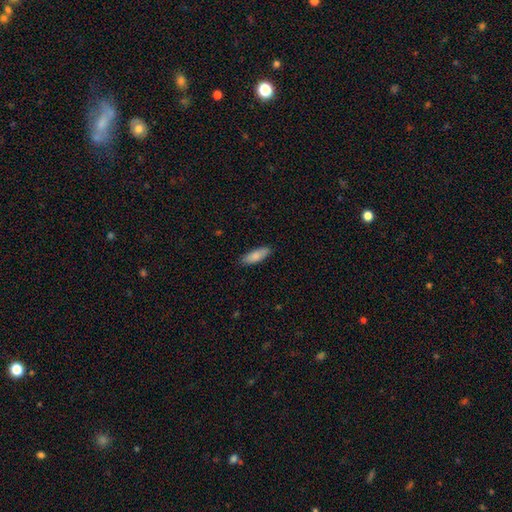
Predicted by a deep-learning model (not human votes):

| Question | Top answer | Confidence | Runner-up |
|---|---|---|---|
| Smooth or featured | smooth | 84% | featured or disk (10%) |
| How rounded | in between | 60% | cigar-shaped (39%) |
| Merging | none | 86% | minor disturbance (11%) |